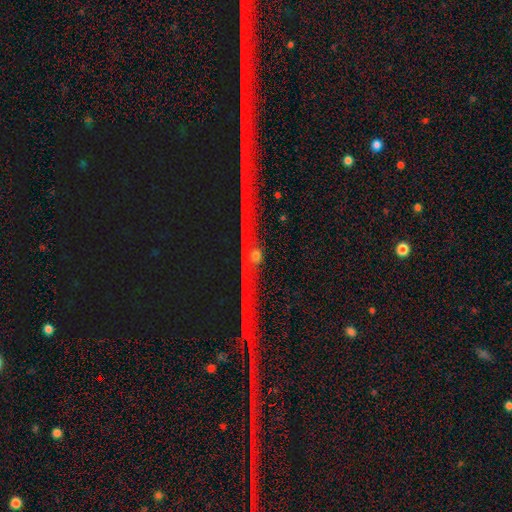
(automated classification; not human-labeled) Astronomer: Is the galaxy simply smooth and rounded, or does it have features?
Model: star or artifact — 53%.